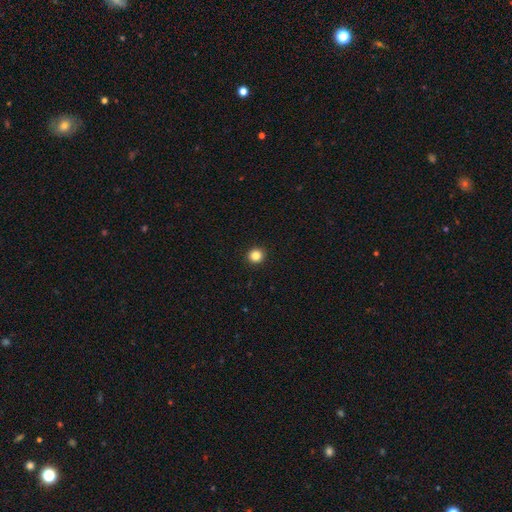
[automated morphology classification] Smooth or featured? smooth (85%)
How rounded? round (94%)
Merging? none (94%)